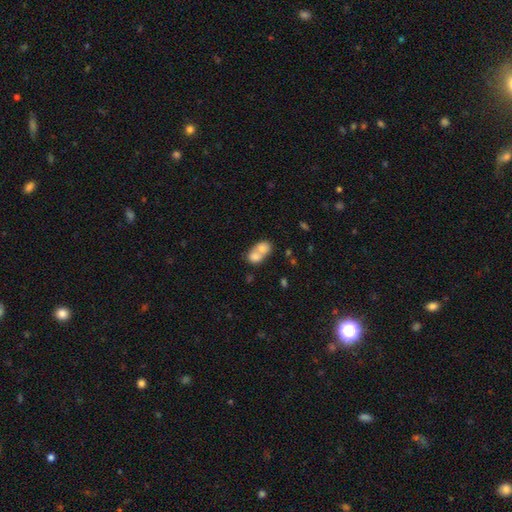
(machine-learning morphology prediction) Smooth or featured? smooth (75%)
How rounded? in between (53%)
Merging? merger (74%)